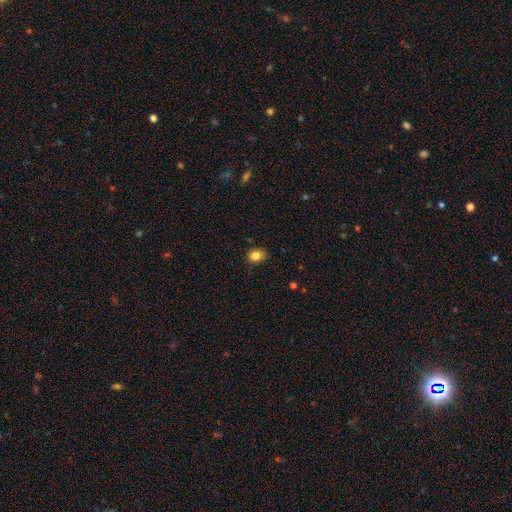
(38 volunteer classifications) Morphology: type=smooth (89%); roundness=in between (71%); merging=none (79%).